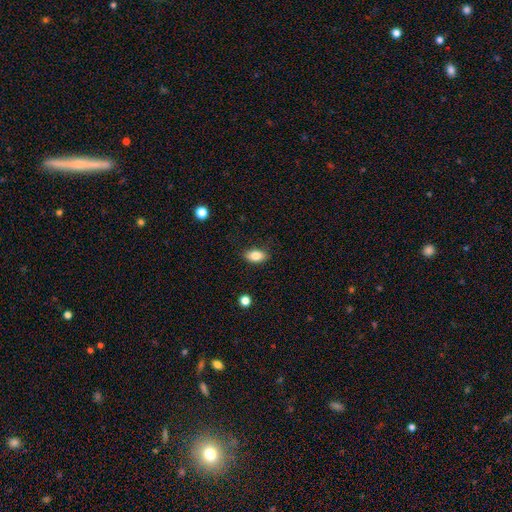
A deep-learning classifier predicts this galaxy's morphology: Q: Smooth or featured?
A: smooth (82%); runner-up: featured or disk (10%)
Q: How rounded?
A: in between (89%); runner-up: round (7%)
Q: Merging?
A: none (84%); runner-up: minor disturbance (12%)